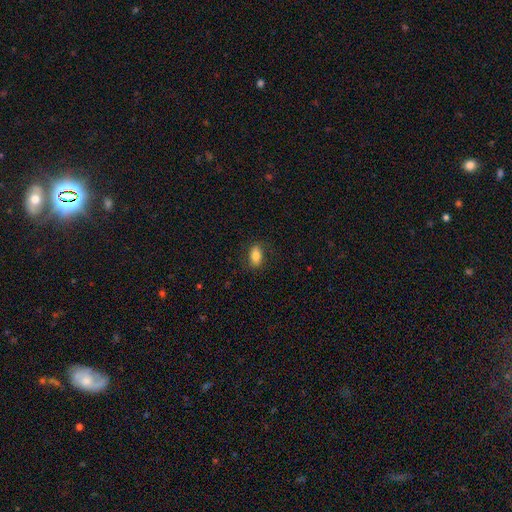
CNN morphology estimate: smooth-or-featured: smooth: 81% | featured or disk: 11% | star or artifact: 8%
  how-rounded: in between: 87% | round: 8% | cigar-shaped: 5%
  merging: none: 83% | minor disturbance: 13% | major disturbance: 4% | merger: 1%